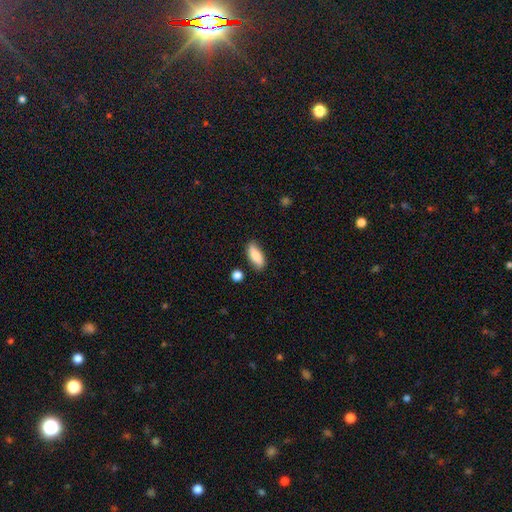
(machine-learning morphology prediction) A smooth galaxy with no disk features (85%) that is in between round and cigar-shaped (77%).

Vote fractions:
- Smooth or featured? smooth: 85% / featured or disk: 9% / star or artifact: 6%
- How rounded? in between: 77% / cigar-shaped: 20% / round: 3%
- Merging? none: 81% / minor disturbance: 13% / merger: 3% / major disturbance: 3%